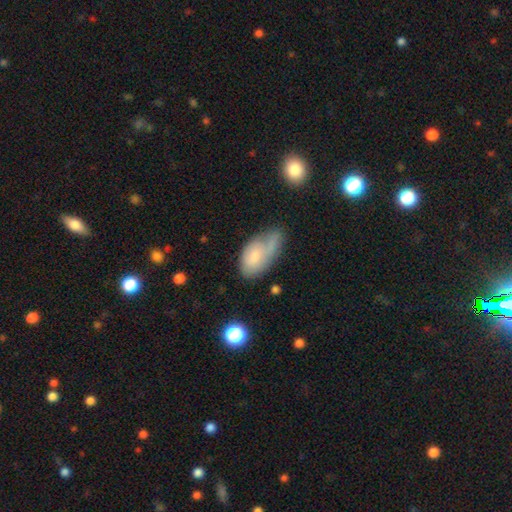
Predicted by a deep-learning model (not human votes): This is likely a smooth galaxy (66%). How rounded: clearly in between (92%). Merging: marginally minor disturbance (33%).